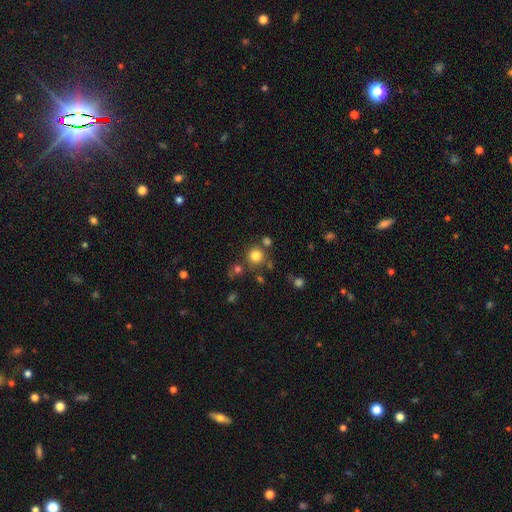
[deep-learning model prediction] Smooth or featured? Predicted: smooth (p=0.79). How rounded? Predicted: round (p=0.92). Merging? Predicted: none (p=0.76).